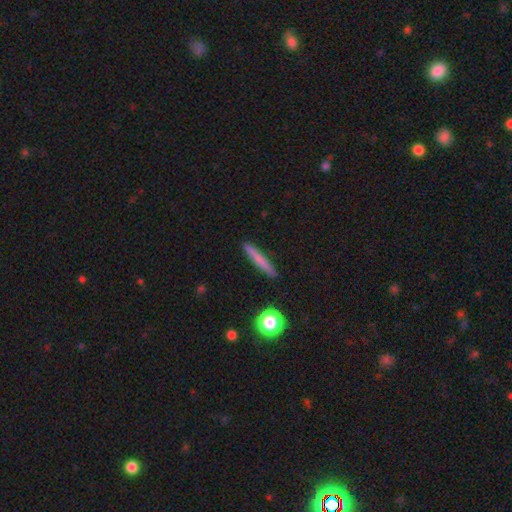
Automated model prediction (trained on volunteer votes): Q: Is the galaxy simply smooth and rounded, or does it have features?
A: smooth — 72%.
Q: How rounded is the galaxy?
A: cigar-shaped — 94%.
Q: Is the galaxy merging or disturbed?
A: none — 91%.